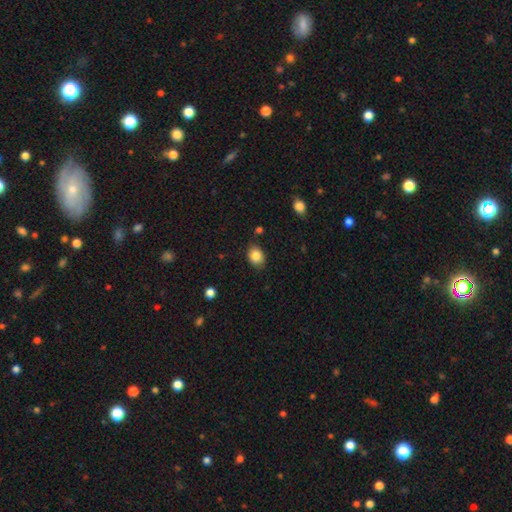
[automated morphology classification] Smooth or featured? Predicted: smooth (p=0.85). How rounded? Predicted: in between (p=0.59). Merging? Predicted: none (p=0.80).